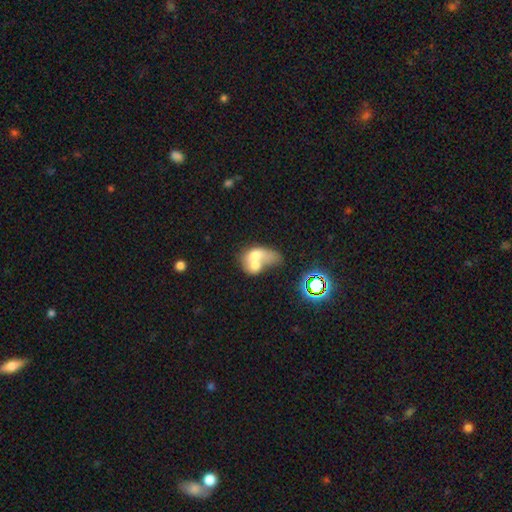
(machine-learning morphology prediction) Q: Smooth or featured?
A: smooth (55%); runner-up: featured or disk (35%)
Q: How rounded?
A: in between (66%); runner-up: round (31%)
Q: Merging?
A: merger (73%); runner-up: major disturbance (12%)